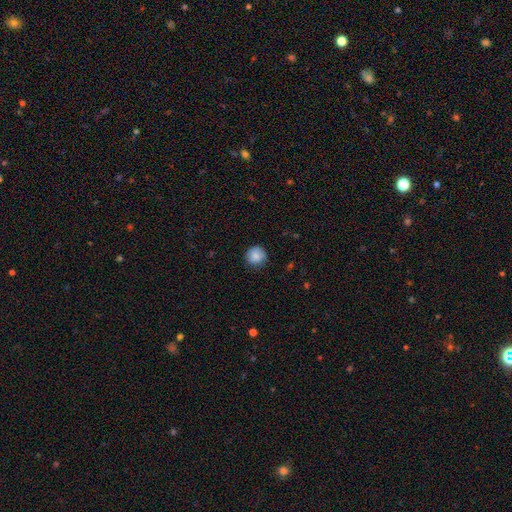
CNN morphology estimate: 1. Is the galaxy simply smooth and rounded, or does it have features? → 83% smooth, 9% featured or disk, 8% star or artifact.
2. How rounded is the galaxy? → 91% round, 8% in between, 1% cigar-shaped.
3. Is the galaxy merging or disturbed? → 80% none, 15% minor disturbance, 3% major disturbance, 1% merger.